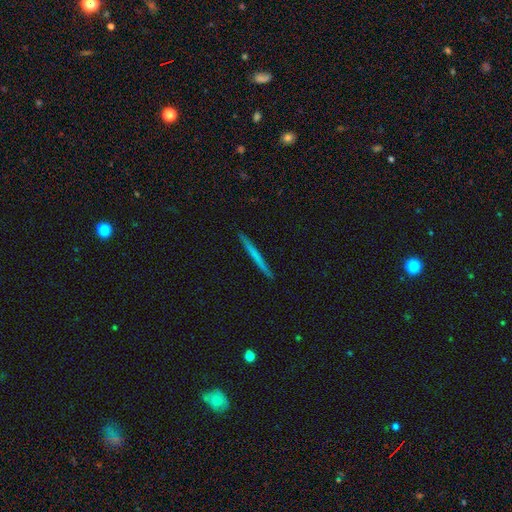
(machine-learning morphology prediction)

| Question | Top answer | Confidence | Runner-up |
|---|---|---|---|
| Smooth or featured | smooth | 55% | featured or disk (40%) |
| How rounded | cigar-shaped | 97% | in between (2%) |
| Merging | none | 92% | minor disturbance (5%) |